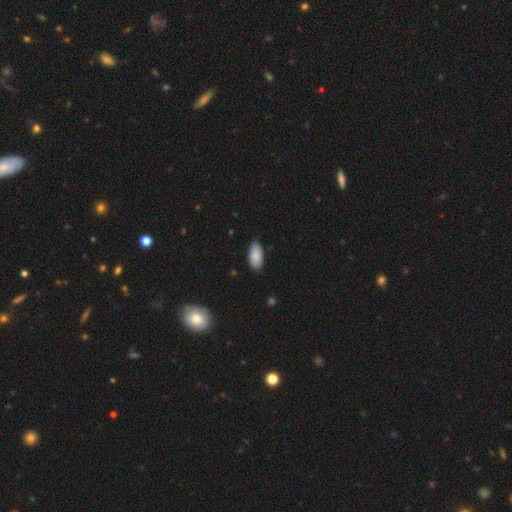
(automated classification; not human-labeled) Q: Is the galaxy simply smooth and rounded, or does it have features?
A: smooth — 88%.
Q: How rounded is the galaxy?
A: in between — 93%.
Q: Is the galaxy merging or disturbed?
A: none — 83%.